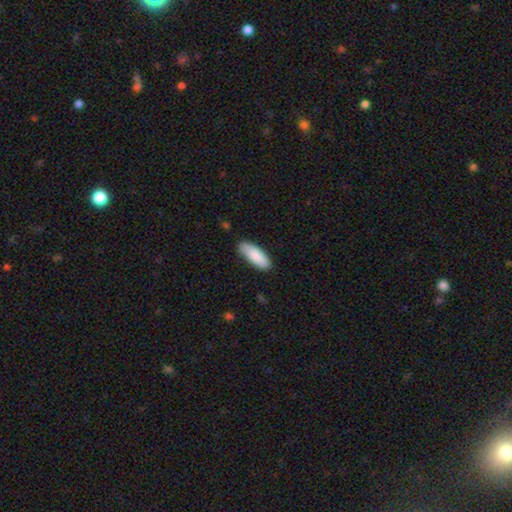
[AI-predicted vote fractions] A smooth galaxy with no disk features (87%) that is in between round and cigar-shaped (70%).

Vote fractions:
- Smooth or featured? smooth: 87% / featured or disk: 7% / star or artifact: 5%
- How rounded? in between: 70% / cigar-shaped: 29% / round: 2%
- Merging? none: 82% / minor disturbance: 14% / major disturbance: 2% / merger: 1%